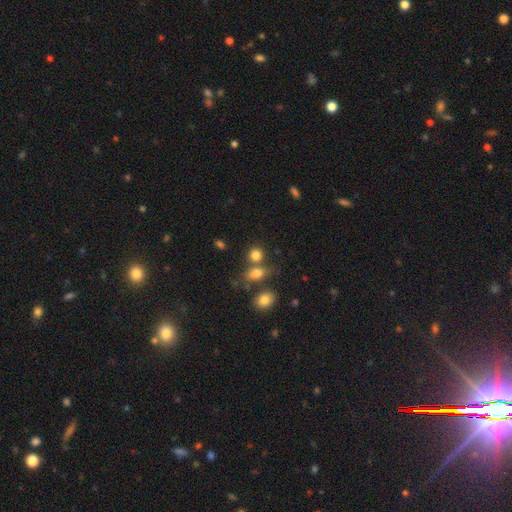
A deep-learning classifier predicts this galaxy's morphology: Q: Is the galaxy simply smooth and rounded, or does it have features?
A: smooth — 81%.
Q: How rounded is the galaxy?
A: round — 65%.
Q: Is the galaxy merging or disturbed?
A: none — 55%.